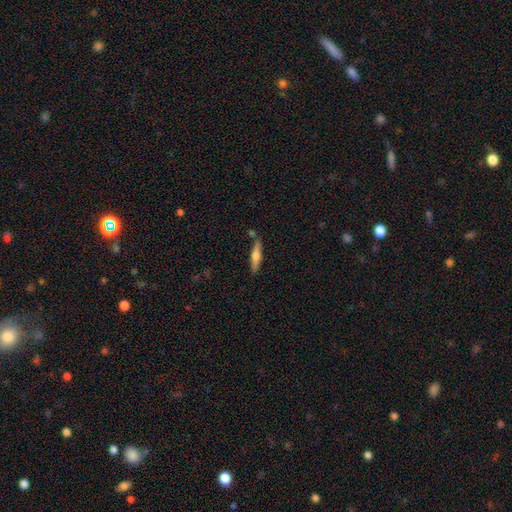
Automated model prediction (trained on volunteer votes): Smooth or featured?
  - smooth: 49% *
  - featured or disk: 46%
  - star or artifact: 6%
Merging?
  - none: 80% *
  - minor disturbance: 11%
  - merger: 6%
  - major disturbance: 2%